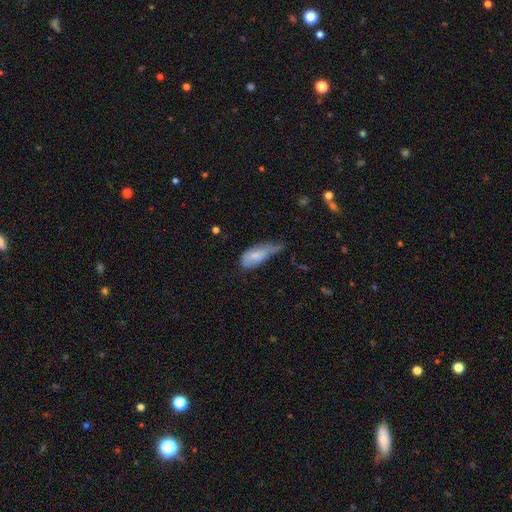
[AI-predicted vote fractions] This is likely a smooth galaxy (73%). How rounded: clearly in between (84%). Merging: marginally minor disturbance (40%).